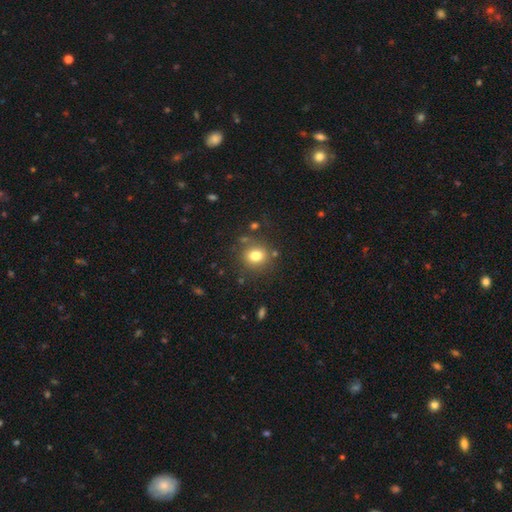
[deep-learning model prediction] Smooth or featured?
  - smooth: 78% *
  - star or artifact: 12%
  - featured or disk: 9%
How rounded?
  - round: 71% *
  - in between: 28%
  - cigar-shaped: 1%
Merging?
  - none: 79% *
  - minor disturbance: 11%
  - merger: 5%
  - major disturbance: 5%